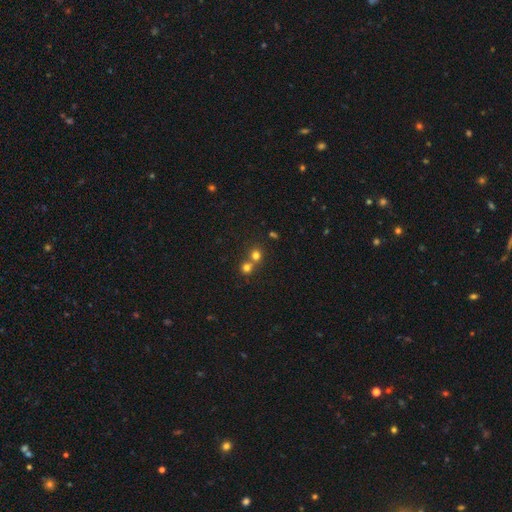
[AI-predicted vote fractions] This appears to be a smooth galaxy with no disk features (72%) that is round (86%). Merging: merger (49%).